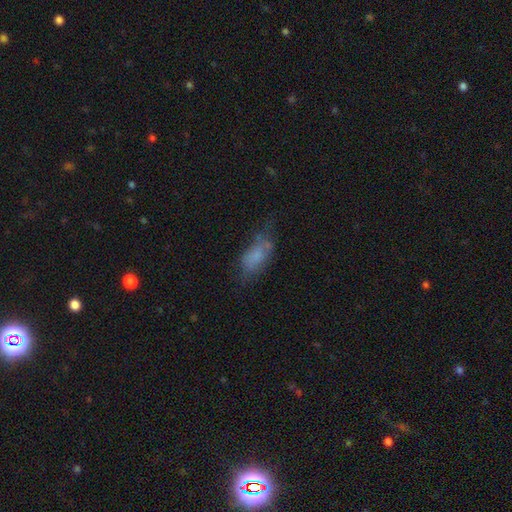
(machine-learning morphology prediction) Smooth or featured? Predicted: smooth (p=0.63). How rounded? Predicted: in between (p=0.83). Merging? Predicted: none (p=0.40).